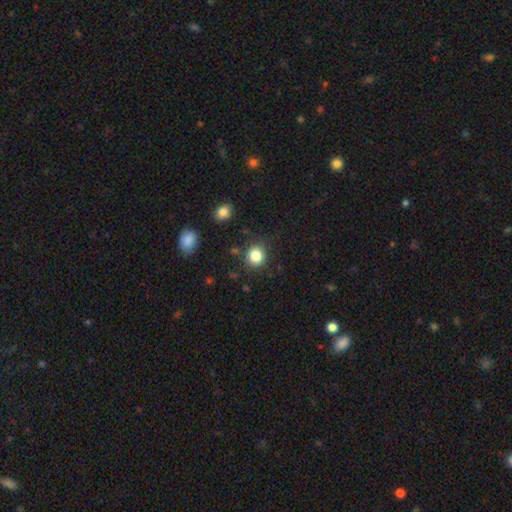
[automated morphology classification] smooth 84%, star or artifact 11%, featured or disk 5%. Down the decision tree: how rounded — round (86%); merging — none (83%).